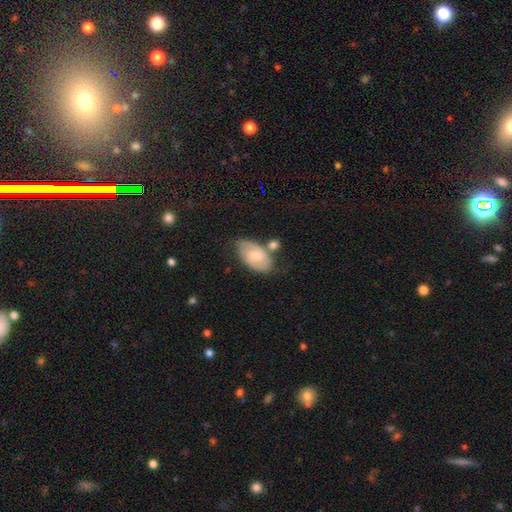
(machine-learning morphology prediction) The model was most divided on "smooth or featured": smooth: 52%, featured or disk: 41%, star or artifact: 6%. More confident: how rounded — in between (92%); merging — none (51%).